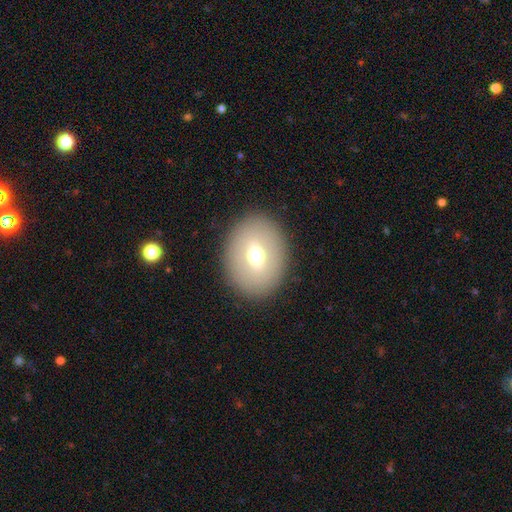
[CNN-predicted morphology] Q: Smooth or featured?
A: smooth (63%); runner-up: featured or disk (27%)
Q: How rounded?
A: in between (53%); runner-up: round (46%)
Q: Merging?
A: none (89%); runner-up: minor disturbance (7%)